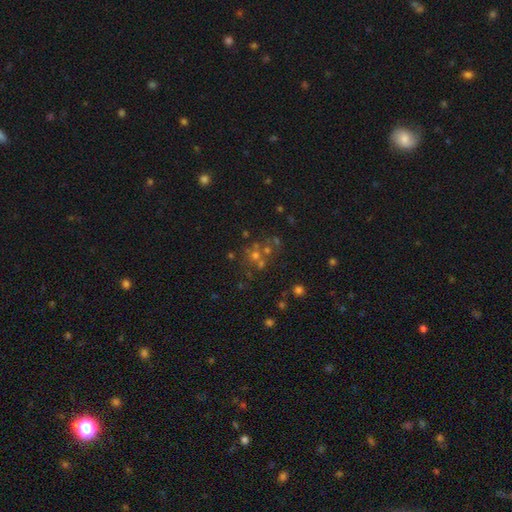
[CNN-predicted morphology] A star or artifact, not a galaxy (38%, tied with smooth).